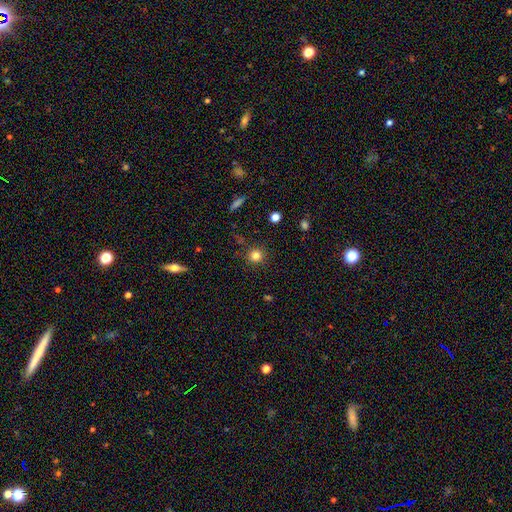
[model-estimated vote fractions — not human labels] A smooth galaxy with no disk features (81%) that is round (92%). Merging: none (86%).